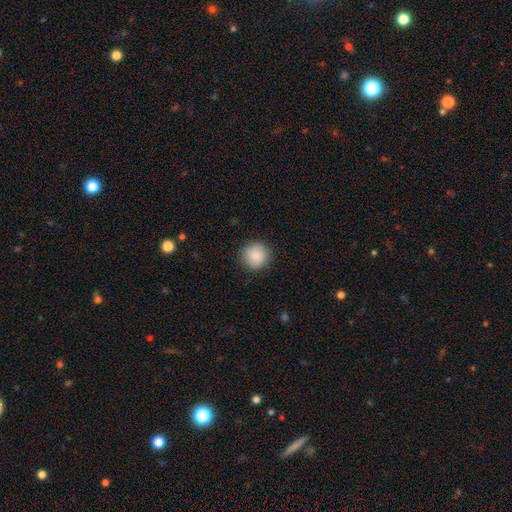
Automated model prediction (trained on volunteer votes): This appears to be a smooth galaxy with no disk features (87%) that is round (94%). Merging: none (89%).